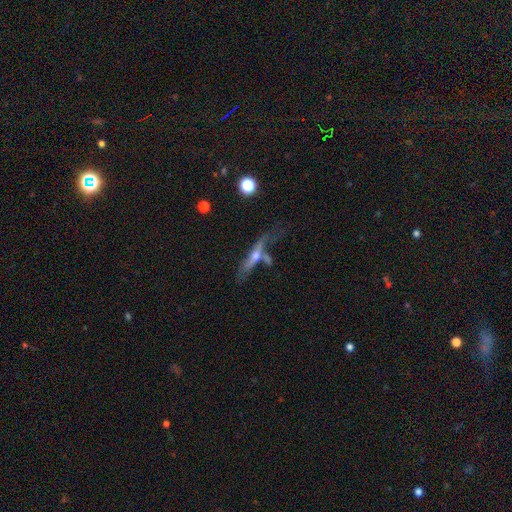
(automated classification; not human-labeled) This is likely a featured or disk galaxy (62%). It is likely viewed edge-on (80%). Merging: marginally none (36%).